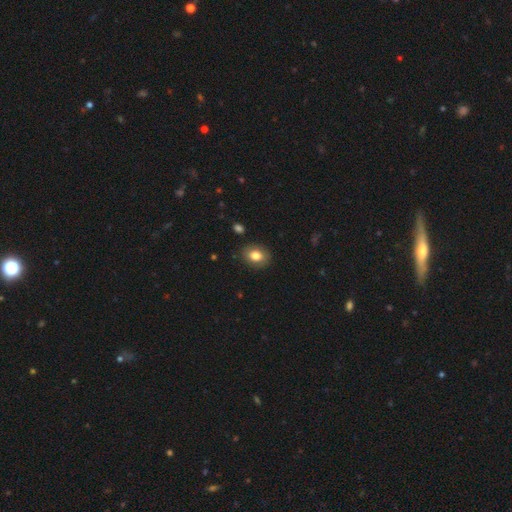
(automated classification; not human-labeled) This appears to be a smooth galaxy with no disk features (81%) that is in between round and cigar-shaped (63%). Merging: none (88%).